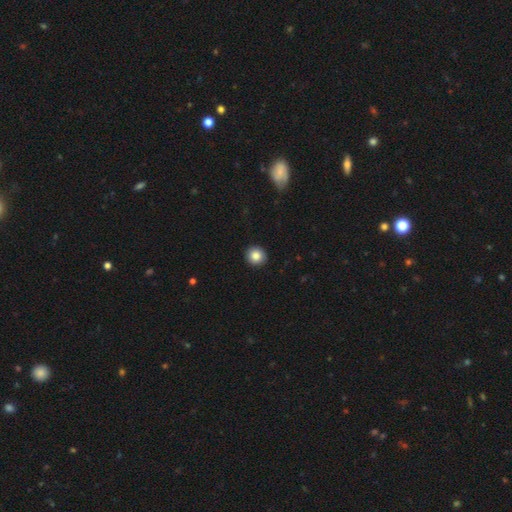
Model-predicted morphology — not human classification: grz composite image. It shows a smooth galaxy with no disk features (86%) that is round (93%). Merging: none (93%).